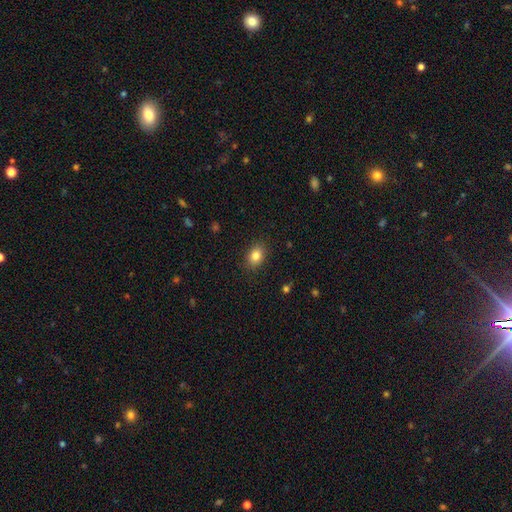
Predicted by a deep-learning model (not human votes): Q: Smooth or featured?
A: smooth (84%); runner-up: star or artifact (10%)
Q: How rounded?
A: in between (66%); runner-up: round (33%)
Q: Merging?
A: none (87%); runner-up: minor disturbance (9%)